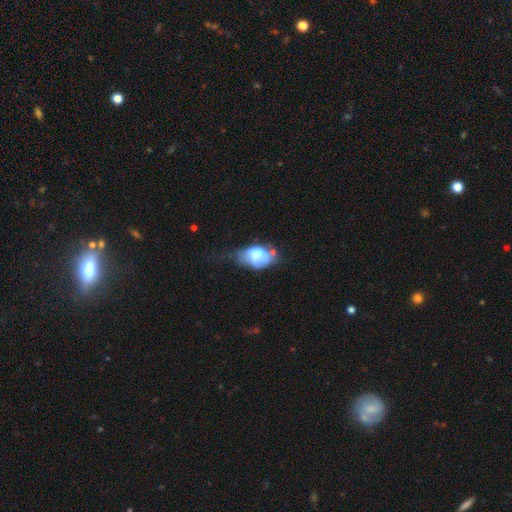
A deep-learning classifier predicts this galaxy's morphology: Smooth or featured? smooth (57%)
How rounded? in between (84%)
Merging? major disturbance (34%)